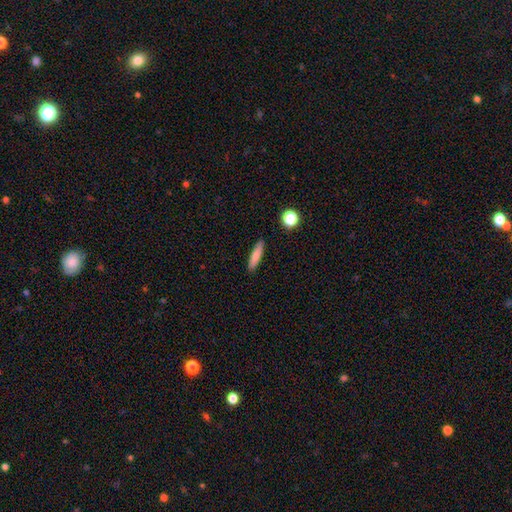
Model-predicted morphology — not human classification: A smooth galaxy with no disk features (75%) that is cigar-shaped (82%). Merging: none (89%).